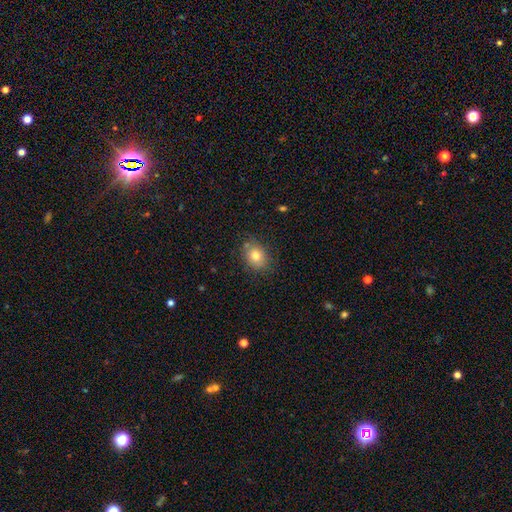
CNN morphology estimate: A smooth galaxy with no disk features (79%) that is in between round and cigar-shaped (59%).

Vote fractions:
- Smooth or featured? smooth: 79% / featured or disk: 11% / star or artifact: 10%
- How rounded? in between: 59% / round: 40% / cigar-shaped: 1%
- Merging? none: 77% / minor disturbance: 17% / major disturbance: 4% / merger: 3%